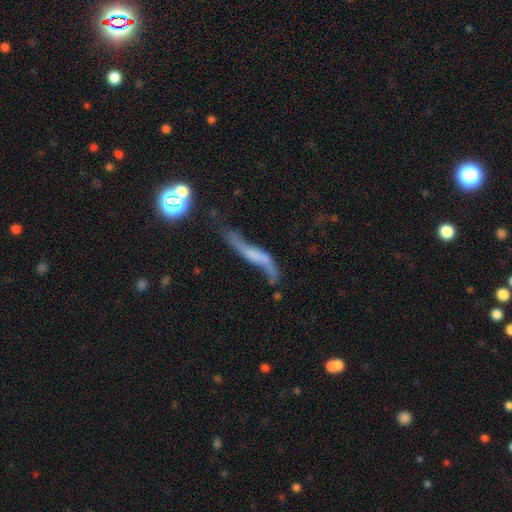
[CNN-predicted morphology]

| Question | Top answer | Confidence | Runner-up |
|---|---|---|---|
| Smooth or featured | featured or disk | 69% | smooth (21%) |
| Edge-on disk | no | 66% | yes (34%) |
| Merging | none | 44% | minor disturbance (24%) |